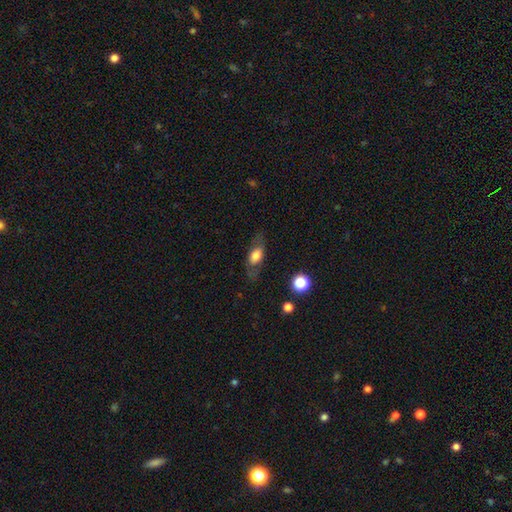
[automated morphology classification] A smooth galaxy with no disk features (58%) that is in between round and cigar-shaped (77%).

Vote fractions:
- Smooth or featured? smooth: 58% / featured or disk: 34% / star or artifact: 8%
- How rounded? in between: 77% / cigar-shaped: 14% / round: 9%
- Merging? none: 73% / minor disturbance: 17% / major disturbance: 9% / merger: 2%